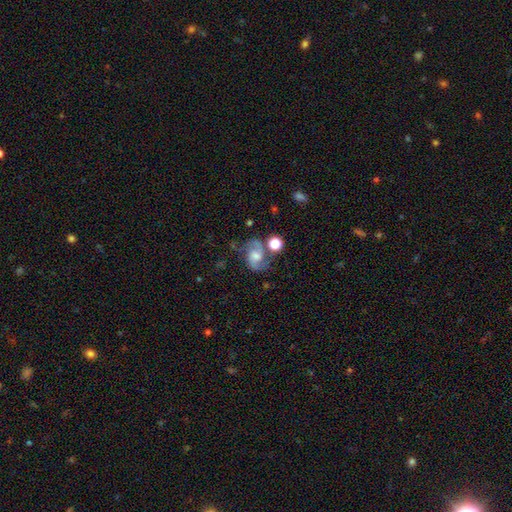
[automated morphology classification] smooth-or-featured: featured or disk: 76% | smooth: 16% | star or artifact: 8%
  disk-edge-on: no: 98% | yes: 2%
    bar: no: 50% | weak: 40% | strong: 10%
    has-spiral-arms: yes: 95% | no: 5%
      spiral-winding: medium: 50% | loose: 39% | tight: 12%
      spiral-arm-count: 2: 92% | can't tell: 3% | 1: 2% | 3: 1% | 4: 1% | more than 4: 1%
    bulge-size: moderate: 49% | small: 29% | large: 12% | none: 8% | dominant: 2%
  merging: none: 61% | minor disturbance: 18% | merger: 13% | major disturbance: 9%